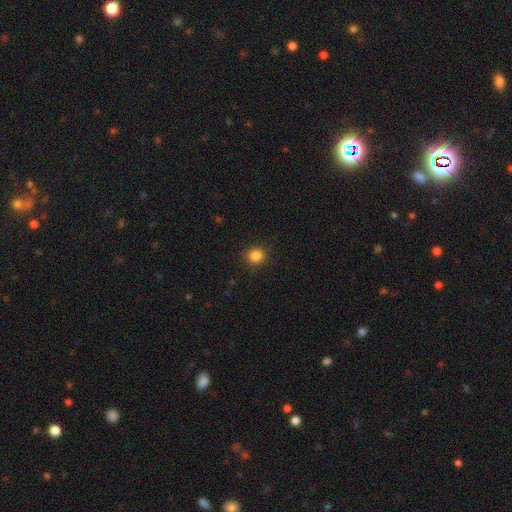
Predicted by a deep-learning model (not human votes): Morphology: type=smooth (85%); roundness=round (91%); merging=none (89%).